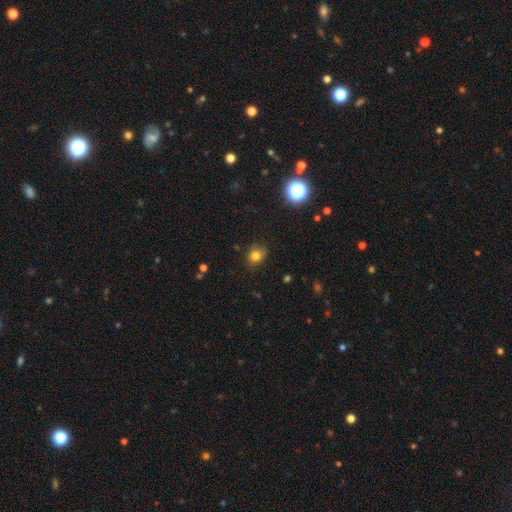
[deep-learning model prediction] The model was most divided on "how rounded": round: 65%, in between: 34%, cigar-shaped: 1%. More confident: smooth or featured — smooth (78%); merging — none (74%).